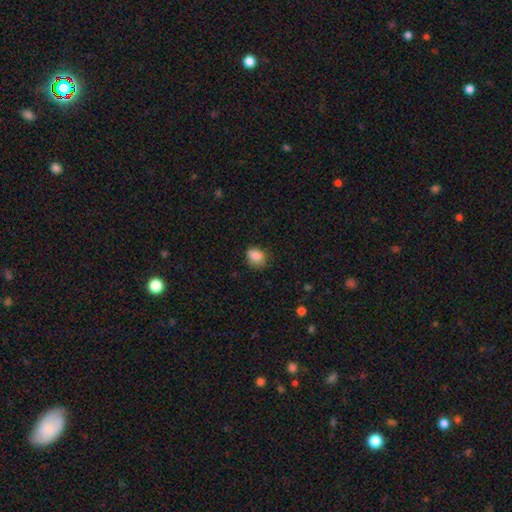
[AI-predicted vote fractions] Overall: smooth (85%). How rounded: in between (51%; round 48%). Merging: none (69%).